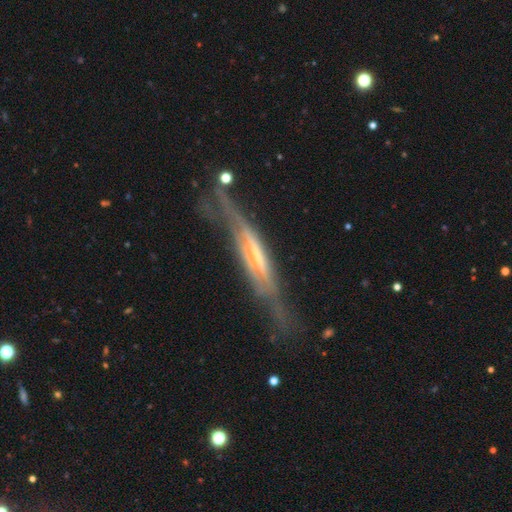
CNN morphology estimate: Q: Smooth or featured?
A: featured or disk (81%); runner-up: smooth (13%)
Q: Edge-on disk?
A: yes (86%); runner-up: no (14%)
Q: Edge-on bulge?
A: none (39%); runner-up: boxy (32%)
Q: Merging?
A: none (58%); runner-up: minor disturbance (24%)